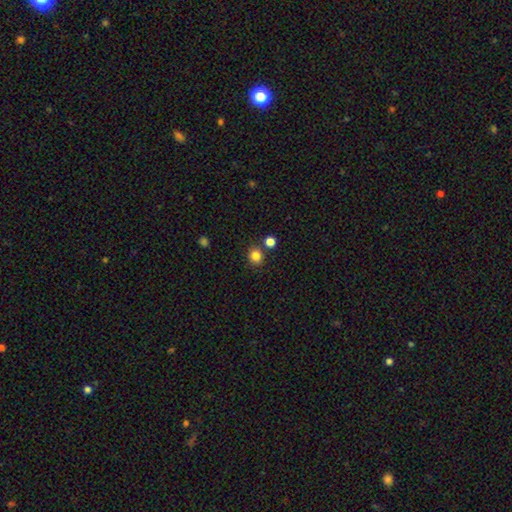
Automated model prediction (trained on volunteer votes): The model was most divided on "how rounded": round: 84%, in between: 15%, cigar-shaped: 1%. More confident: smooth or featured — smooth (83%); merging — none (80%).